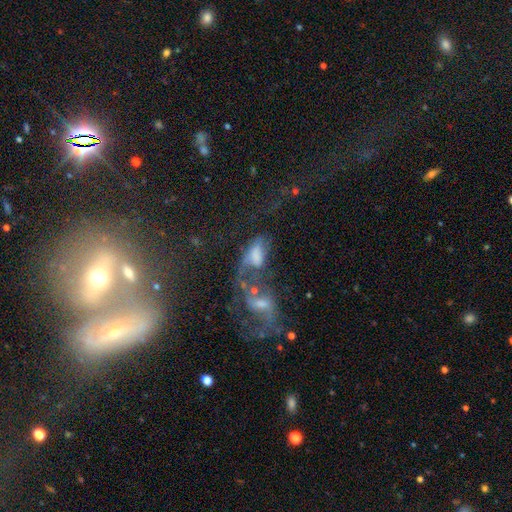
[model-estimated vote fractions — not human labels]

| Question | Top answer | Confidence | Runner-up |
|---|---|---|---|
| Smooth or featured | smooth | 45% | featured or disk (38%) |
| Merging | merger | 48% | major disturbance (24%) |